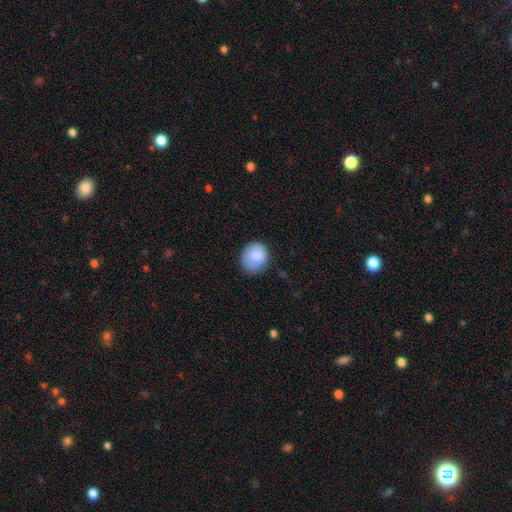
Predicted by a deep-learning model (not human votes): Smooth or featured: smooth — 83% (featured or disk — 10%)
How rounded: round — 74% (in between — 25%)
Merging: none — 70% (minor disturbance — 23%)